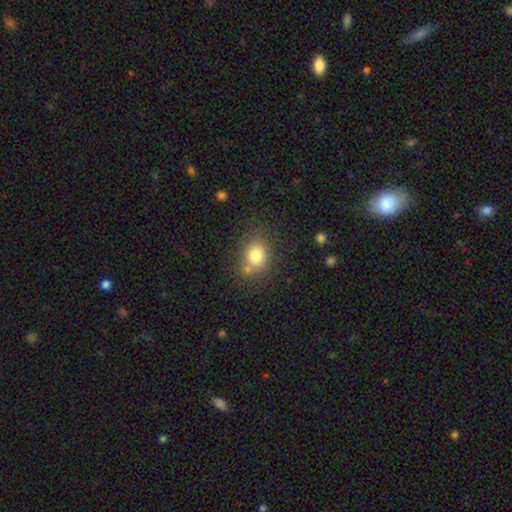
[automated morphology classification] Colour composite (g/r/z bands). It shows a smooth galaxy with no disk features (79%) that is round (59%). Merging: none (64%).